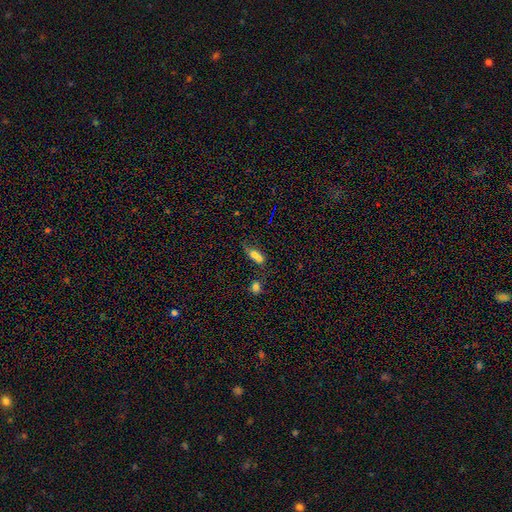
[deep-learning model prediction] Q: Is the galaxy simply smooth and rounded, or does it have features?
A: smooth — 68%.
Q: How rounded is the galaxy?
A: in between — 72%.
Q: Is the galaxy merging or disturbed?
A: merger — 38%.